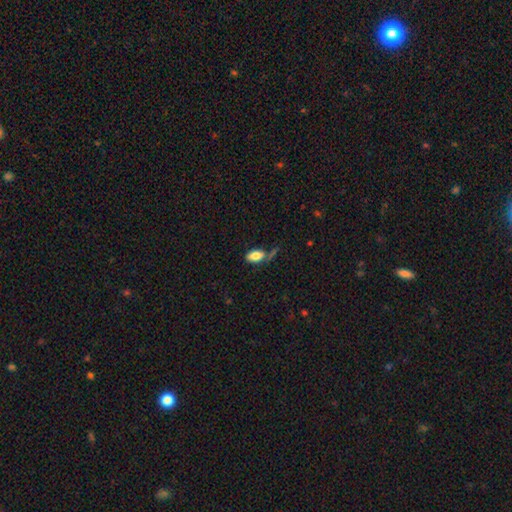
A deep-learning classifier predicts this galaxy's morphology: Smooth or featured? Predicted: smooth (p=0.81). How rounded? Predicted: in between (p=0.91). Merging? Predicted: none (p=0.53).